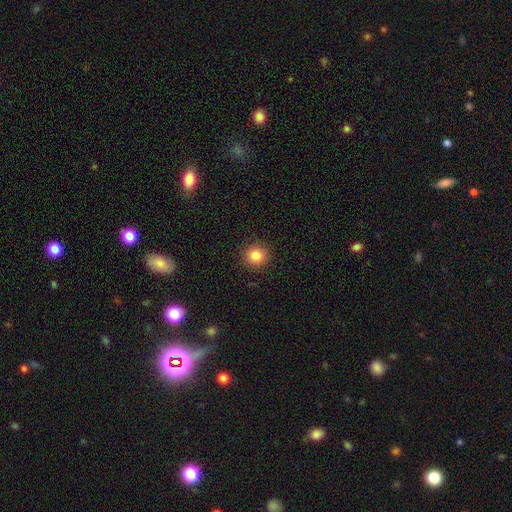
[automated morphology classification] A smooth galaxy with no disk features (84%) that is round (93%). Merging: none (92%).